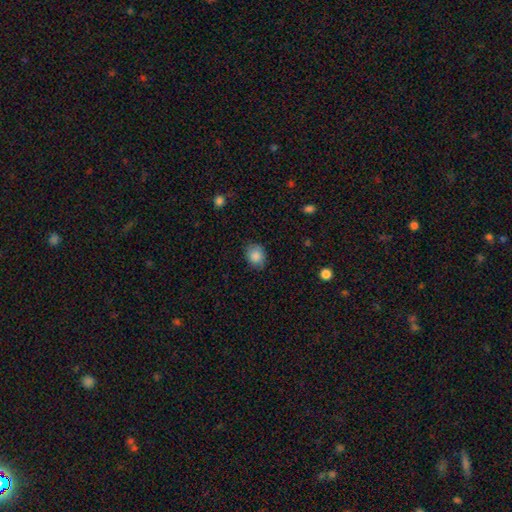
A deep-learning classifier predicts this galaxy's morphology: The model was most divided on "how rounded": round: 55%, in between: 45%, cigar-shaped: 1%. More confident: smooth or featured — smooth (86%); merging — none (78%).